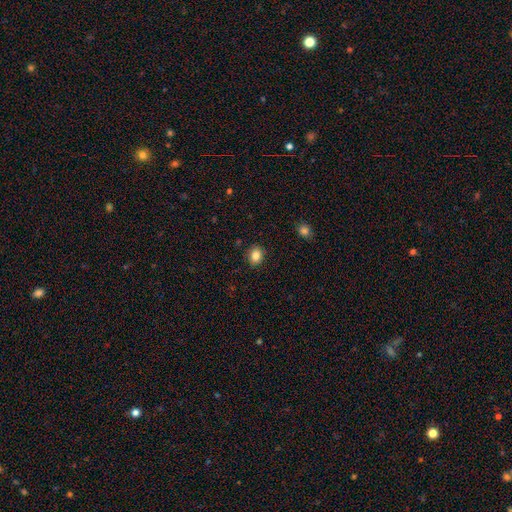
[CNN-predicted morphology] This is clearly a smooth galaxy (84%). How rounded: likely round (60%). Merging: clearly none (88%).